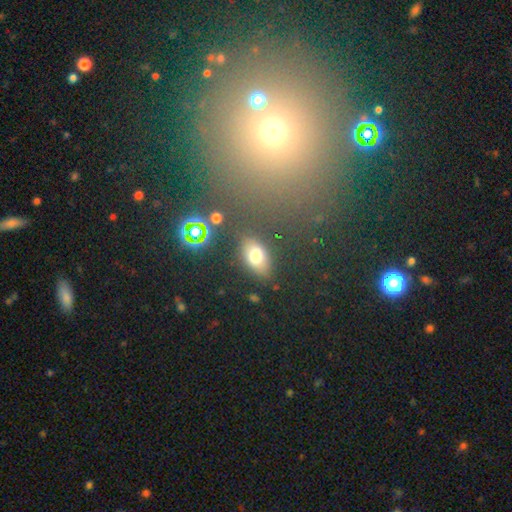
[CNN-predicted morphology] A smooth galaxy with no disk features (70%) that is in between round and cigar-shaped (83%).

Vote fractions:
- Smooth or featured? smooth: 70% / star or artifact: 16% / featured or disk: 14%
- How rounded? in between: 83% / round: 14% / cigar-shaped: 3%
- Merging? none: 81% / minor disturbance: 12% / major disturbance: 4% / merger: 3%